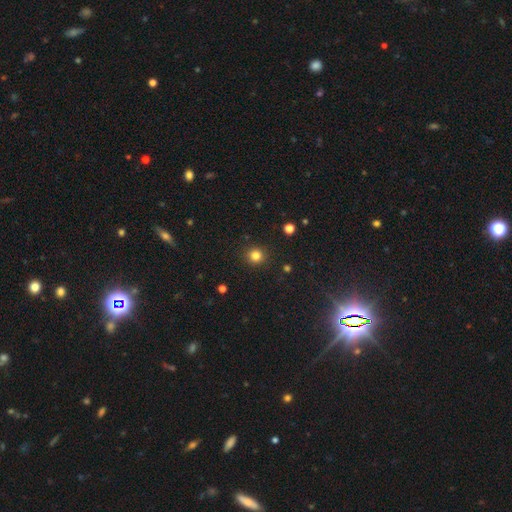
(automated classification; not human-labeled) smooth_or_featured: smooth (p=0.82) [alt: star or artifact p=0.13]
how_rounded: round (p=0.92) [alt: in between p=0.07]
merging: none (p=0.91) [alt: minor disturbance p=0.06]